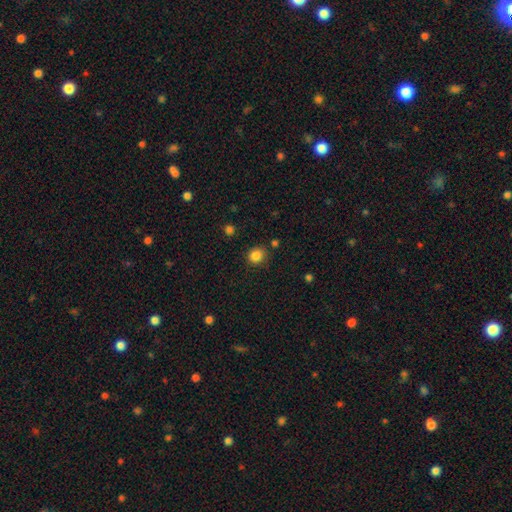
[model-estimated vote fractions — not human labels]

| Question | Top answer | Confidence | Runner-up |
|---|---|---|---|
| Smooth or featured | smooth | 85% | star or artifact (11%) |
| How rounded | round | 79% | in between (20%) |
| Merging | none | 82% | minor disturbance (12%) |